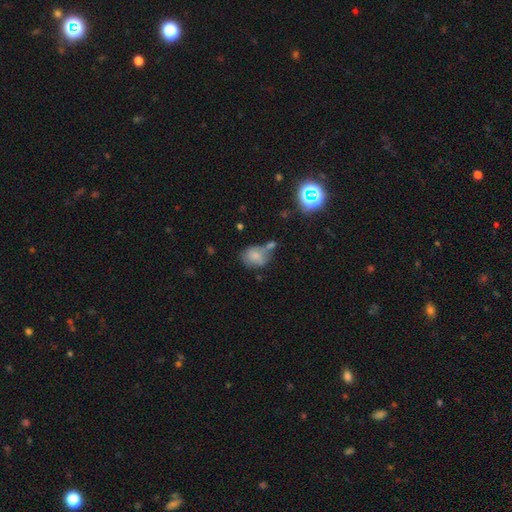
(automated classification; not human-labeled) Smooth or featured? Predicted: smooth (p=0.71). How rounded? Predicted: in between (p=0.50). Merging? Predicted: none (p=0.39).